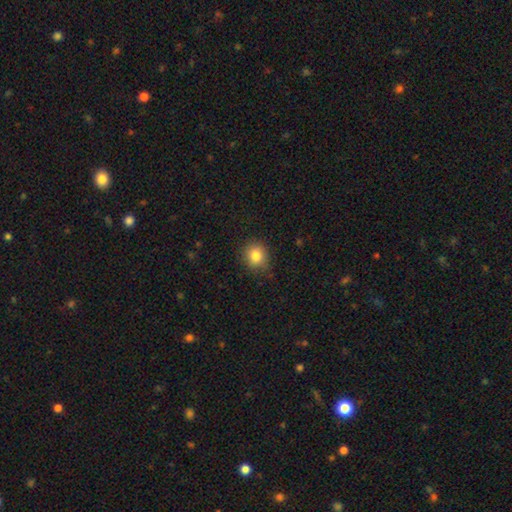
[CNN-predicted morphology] This is clearly a smooth galaxy (83%). How rounded: likely round (78%). Merging: clearly none (82%).